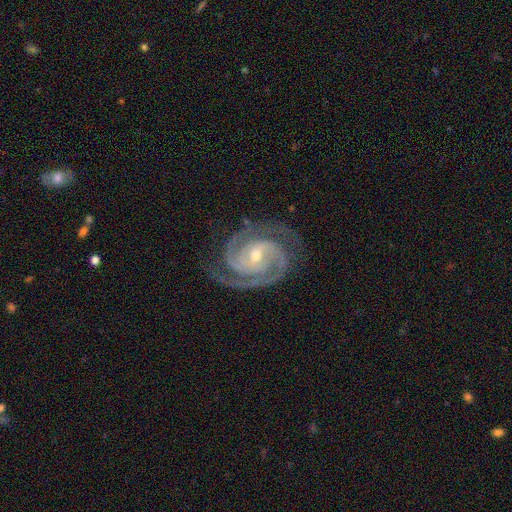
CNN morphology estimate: Smooth or featured?
  - featured or disk: 94% *
  - star or artifact: 4%
  - smooth: 2%
Edge-on disk?
  - no: 98% *
  - yes: 2%
Bar?
  - no: 44% *
  - weak: 35%
  - strong: 20%
Spiral arms?
  - yes: 99% *
  - no: 1%
Spiral winding?
  - tight: 69% *
  - medium: 29%
  - loose: 3%
Spiral arm count?
  - 2: 52% *
  - 3: 32%
  - 4: 5%
  - can't tell: 5%
  - 1: 3%
  - more than 4: 3%
Bulge size?
  - small: 55% *
  - moderate: 42%
  - large: 1%
  - none: 1%
  - dominant: 1%
Merging?
  - none: 80% *
  - minor disturbance: 14%
  - major disturbance: 5%
  - merger: 1%